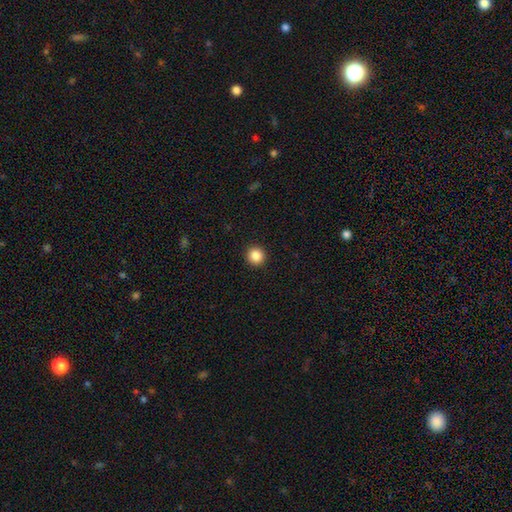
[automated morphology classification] A smooth galaxy with no disk features (86%) that is round (95%). Merging: none (93%).